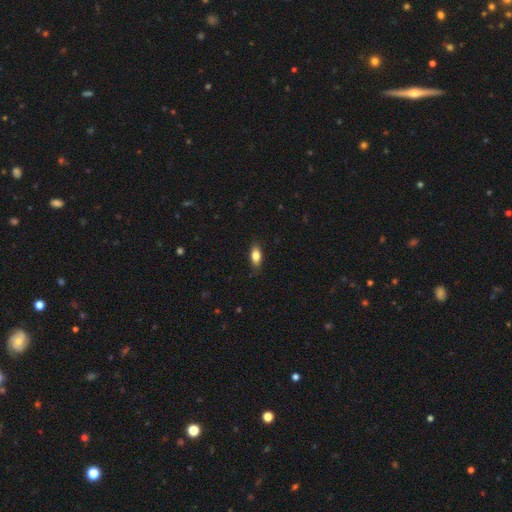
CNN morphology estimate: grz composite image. It shows a smooth galaxy with no disk features (82%) that is in between round and cigar-shaped (85%). Merging: none (83%).